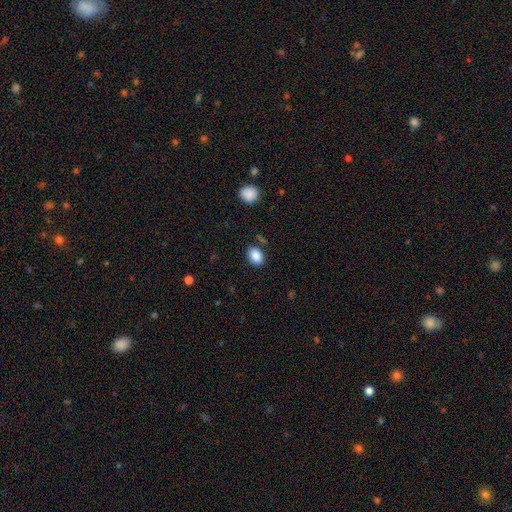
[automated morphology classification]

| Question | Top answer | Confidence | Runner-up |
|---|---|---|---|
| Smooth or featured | smooth | 88% | star or artifact (8%) |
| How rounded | in between | 77% | round (22%) |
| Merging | none | 84% | minor disturbance (11%) |